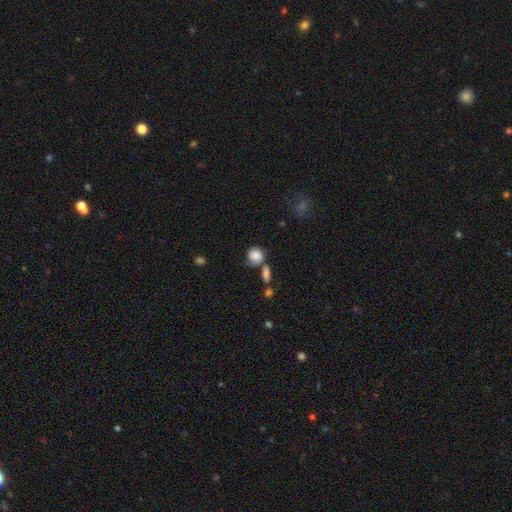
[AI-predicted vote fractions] smooth-or-featured: smooth: 79% | featured or disk: 13% | star or artifact: 8%
  how-rounded: round: 77% | in between: 21% | cigar-shaped: 2%
  merging: none: 45% | minor disturbance: 23% | merger: 20% | major disturbance: 12%